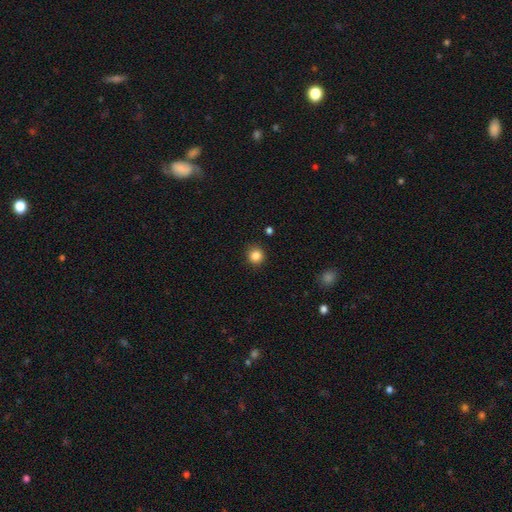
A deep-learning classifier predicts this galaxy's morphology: A smooth galaxy with no disk features (85%) that is round (92%).

Vote fractions:
- Smooth or featured? smooth: 85% / star or artifact: 11% / featured or disk: 4%
- How rounded? round: 92% / in between: 7% / cigar-shaped: 1%
- Merging? none: 89% / minor disturbance: 7% / major disturbance: 2% / merger: 2%